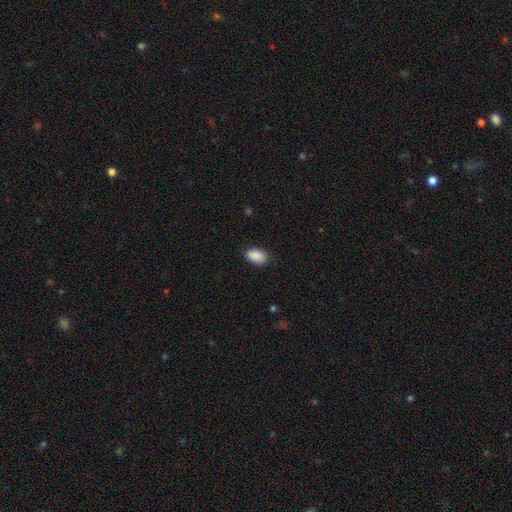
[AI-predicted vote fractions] Q: Smooth or featured?
A: smooth (90%); runner-up: star or artifact (7%)
Q: How rounded?
A: in between (92%); runner-up: round (7%)
Q: Merging?
A: none (85%); runner-up: minor disturbance (12%)